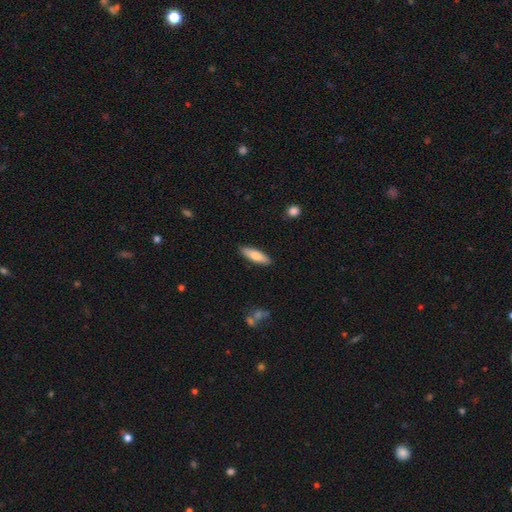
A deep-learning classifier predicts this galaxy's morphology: Q: Smooth or featured?
A: smooth (76%); runner-up: featured or disk (18%)
Q: How rounded?
A: cigar-shaped (51%); runner-up: in between (47%)
Q: Merging?
A: none (88%); runner-up: minor disturbance (9%)